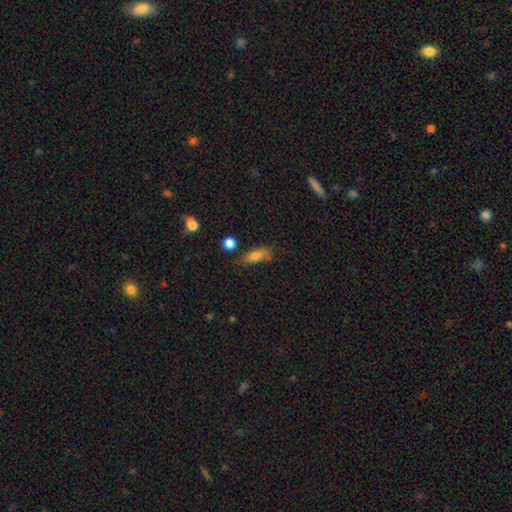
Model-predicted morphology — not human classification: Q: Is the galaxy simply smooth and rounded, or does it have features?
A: smooth — 77%.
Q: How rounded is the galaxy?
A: in between — 63%.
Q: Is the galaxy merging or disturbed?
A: none — 64%.